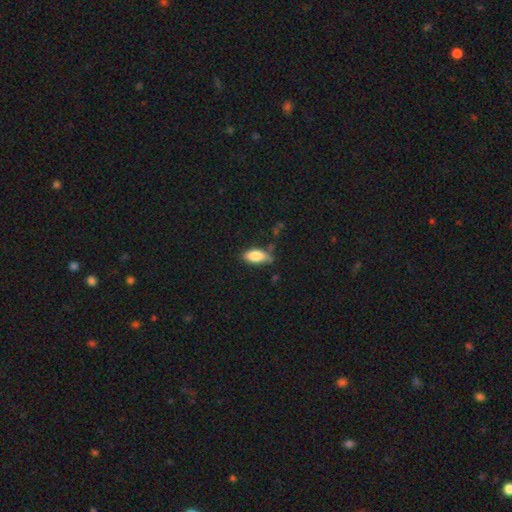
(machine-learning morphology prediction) Overall: smooth (83%). How rounded: in between (90%). Merging: none (60%; minor disturbance 29%).